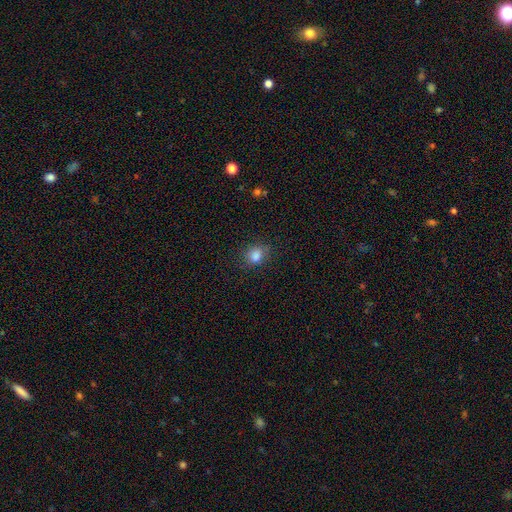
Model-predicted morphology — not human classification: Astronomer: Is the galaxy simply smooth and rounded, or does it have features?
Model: smooth — 83%.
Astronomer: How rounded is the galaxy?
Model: round — 60% (runner-up: in between, 39%).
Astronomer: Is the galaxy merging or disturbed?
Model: none — 79%.